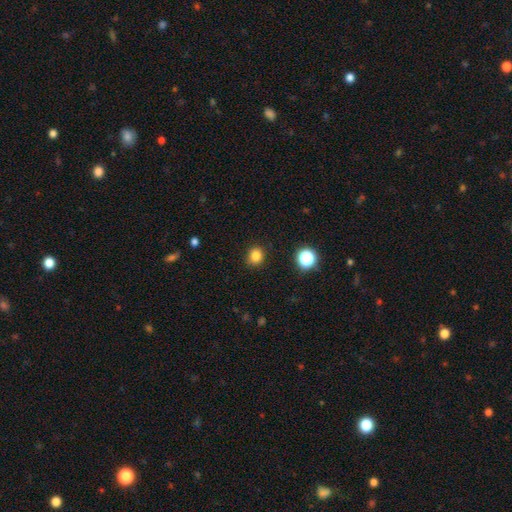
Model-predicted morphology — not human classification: Smooth or featured?
  - smooth: 82% *
  - star or artifact: 13%
  - featured or disk: 4%
How rounded?
  - round: 80% *
  - in between: 19%
  - cigar-shaped: 1%
Merging?
  - none: 88% *
  - minor disturbance: 8%
  - major disturbance: 2%
  - merger: 1%